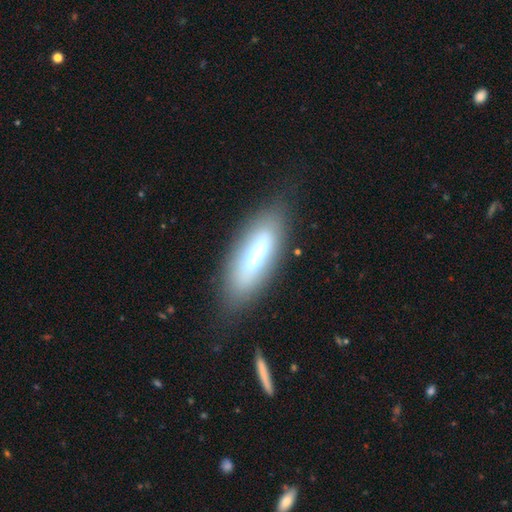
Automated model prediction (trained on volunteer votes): smooth_or_featured: smooth (p=0.52) [alt: featured or disk p=0.37]
how_rounded: in between (p=0.56) [alt: cigar-shaped p=0.41]
merging: none (p=0.69) [alt: minor disturbance p=0.17]